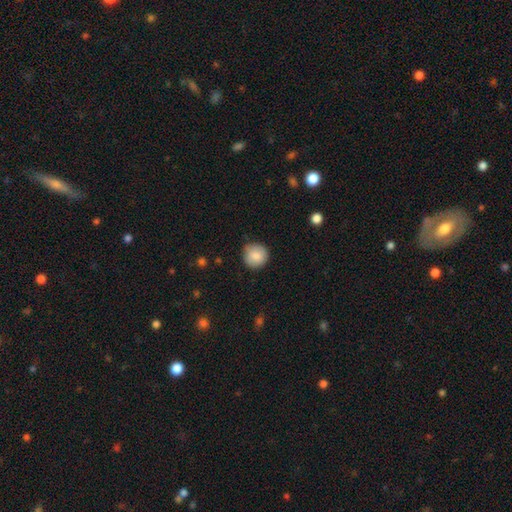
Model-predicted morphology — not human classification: Smooth or featured? Predicted: smooth (p=0.86). How rounded? Predicted: round (p=0.94). Merging? Predicted: none (p=0.83).